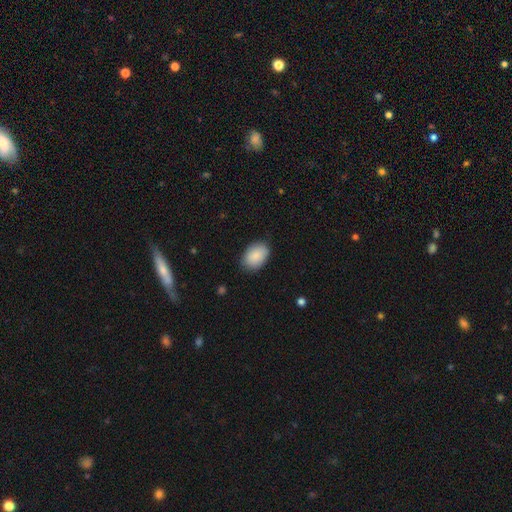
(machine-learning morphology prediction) Smooth or featured: smooth — 89% (star or artifact — 6%)
How rounded: in between — 87% (round — 12%)
Merging: none — 84% (minor disturbance — 13%)